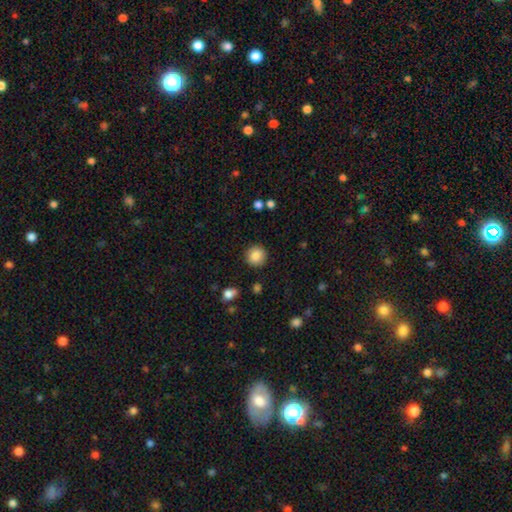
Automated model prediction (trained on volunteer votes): A smooth galaxy with no disk features (87%) that is round (93%). Merging: none (90%).